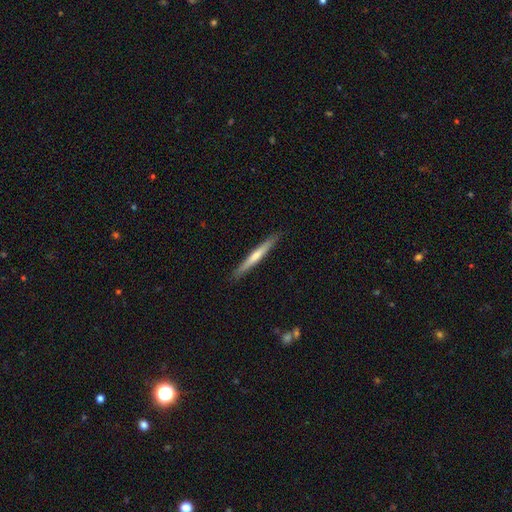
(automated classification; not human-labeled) This appears to be a featured or disk galaxy (48%). Merging: none (90%).